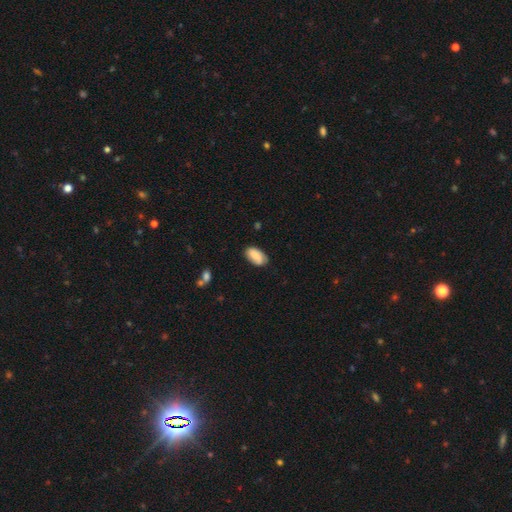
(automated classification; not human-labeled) Overall: smooth (81%). How rounded: in between (95%). Merging: none (75%).